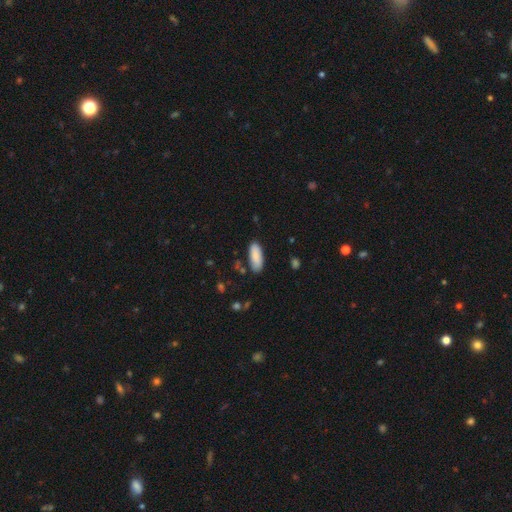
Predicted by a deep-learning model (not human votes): This is clearly a smooth galaxy (88%). How rounded: likely in between (77%). Merging: clearly none (82%).